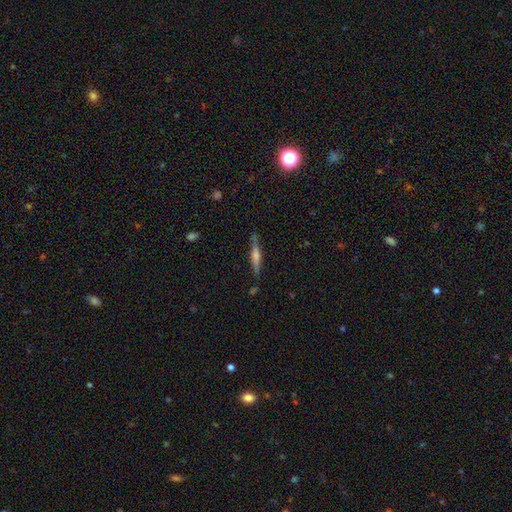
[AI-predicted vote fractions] featured or disk 60%, smooth 33%, star or artifact 7%. Down the decision tree: edge-on disk — yes (96%); edge-on bulge — rounded (64%); merging — none (85%).